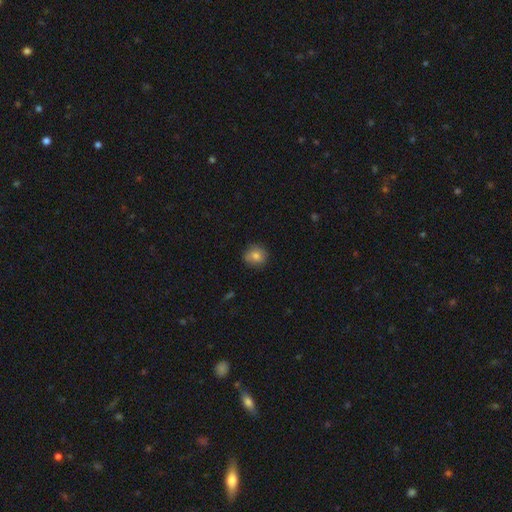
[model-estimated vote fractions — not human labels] Morphology: type=smooth (80%); roundness=round (85%); merging=none (79%).